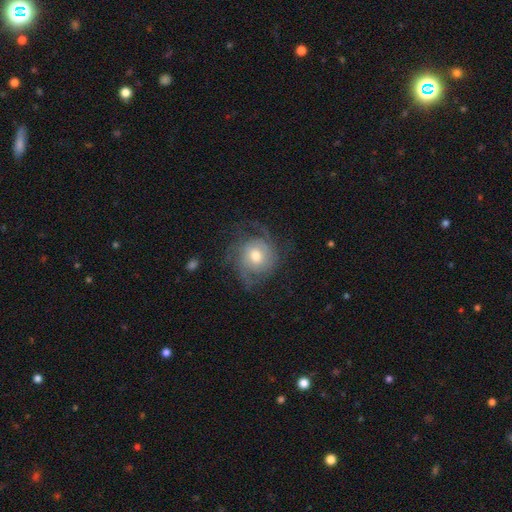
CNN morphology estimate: A featured or disk galaxy (66%) with no bar (73%), tight (44%) spiral arms (86%) and a moderate central bulge (67%).

Vote fractions:
- Smooth or featured? featured or disk: 66% / smooth: 27% / star or artifact: 8%
- Edge-on disk? no: 97% / yes: 3%
- Bar? no: 73% / weak: 24% / strong: 4%
- Spiral arms? yes: 86% / no: 14%
- Spiral winding? tight: 44% / medium: 36% / loose: 20%
- Spiral arm count? can't tell: 35% / 2: 29% / 3: 18% / 1: 7% / 4: 7% / more than 4: 5%
- Bulge size? moderate: 67% / small: 21% / large: 10% / none: 1% / dominant: 1%
- Merging? none: 62% / minor disturbance: 19% / major disturbance: 18% / merger: 1%